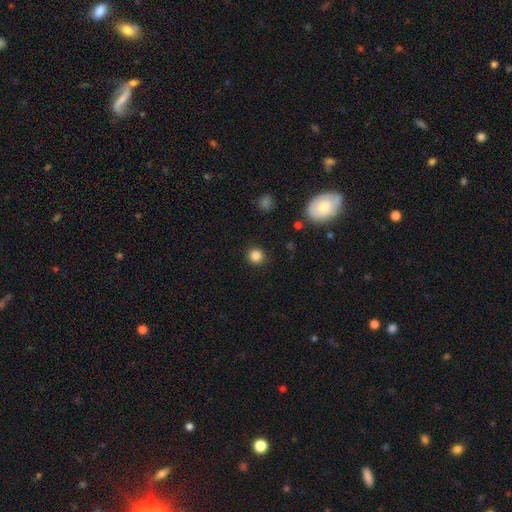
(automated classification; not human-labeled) This is clearly a smooth galaxy (85%). How rounded: clearly round (94%). Merging: clearly none (91%).